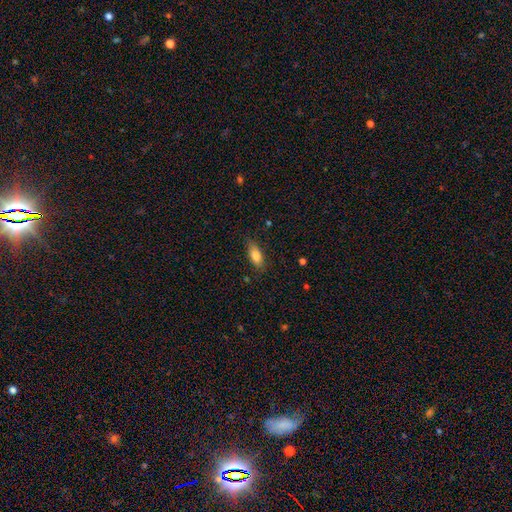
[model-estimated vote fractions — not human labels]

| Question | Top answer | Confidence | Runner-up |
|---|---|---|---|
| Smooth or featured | smooth | 82% | featured or disk (11%) |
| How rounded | in between | 83% | cigar-shaped (14%) |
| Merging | none | 76% | minor disturbance (19%) |